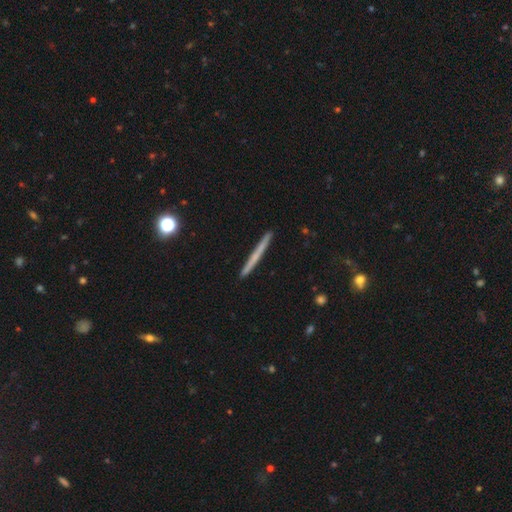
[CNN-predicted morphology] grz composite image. It shows a smooth galaxy with no disk features (47%). Merging: none (92%).